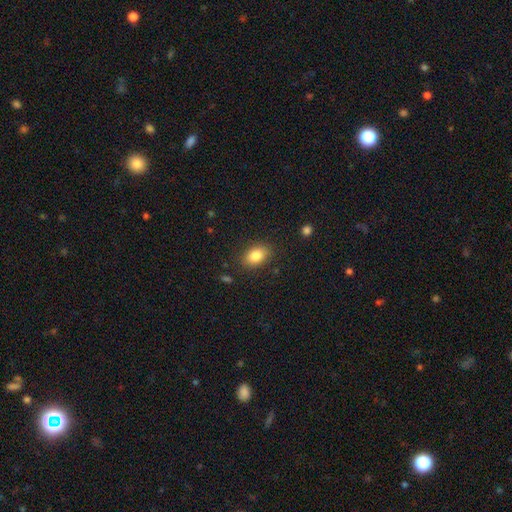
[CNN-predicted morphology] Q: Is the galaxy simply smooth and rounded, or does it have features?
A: smooth — 84%.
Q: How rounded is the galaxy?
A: in between — 84%.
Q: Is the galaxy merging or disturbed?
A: none — 85%.